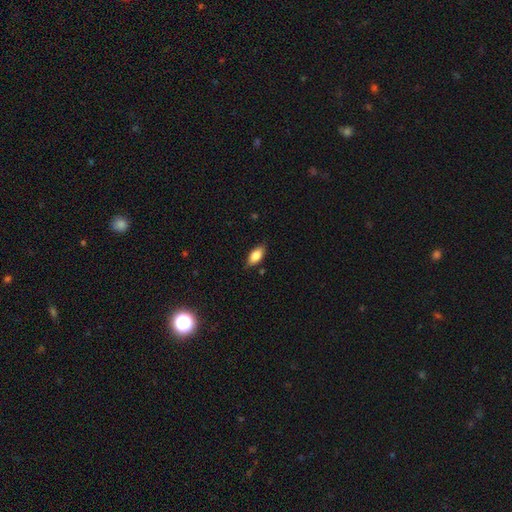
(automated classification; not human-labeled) Overall: smooth (82%). How rounded: in between (87%). Merging: none (81%).